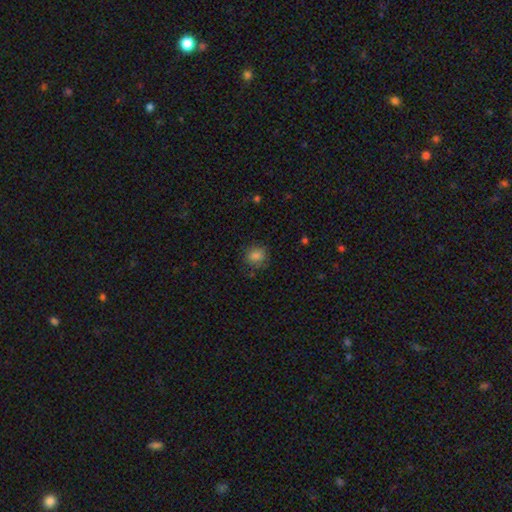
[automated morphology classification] smooth 84%, star or artifact 10%, featured or disk 6%. Down the decision tree: how rounded — round (65%); merging — none (77%).